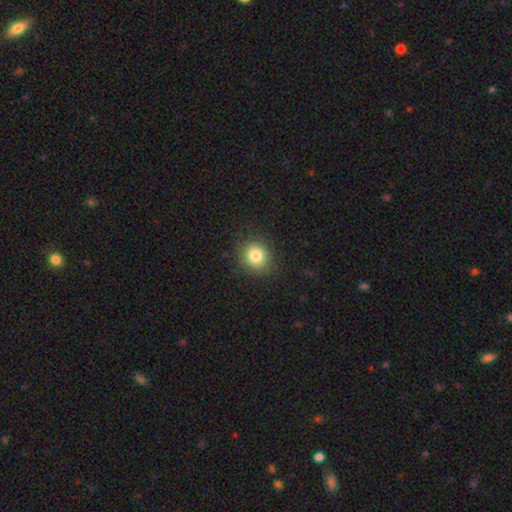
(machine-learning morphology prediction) smooth-or-featured: smooth: 82% | star or artifact: 11% | featured or disk: 7%
  how-rounded: round: 84% | in between: 15% | cigar-shaped: 1%
  merging: none: 87% | minor disturbance: 9% | major disturbance: 3% | merger: 1%